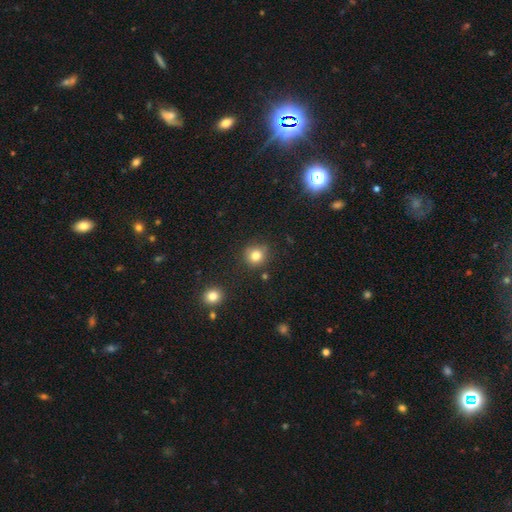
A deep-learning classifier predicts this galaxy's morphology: Smooth or featured?
  - smooth: 82% *
  - star or artifact: 12%
  - featured or disk: 6%
How rounded?
  - round: 90% *
  - in between: 9%
  - cigar-shaped: 1%
Merging?
  - none: 80% *
  - minor disturbance: 13%
  - merger: 4%
  - major disturbance: 3%